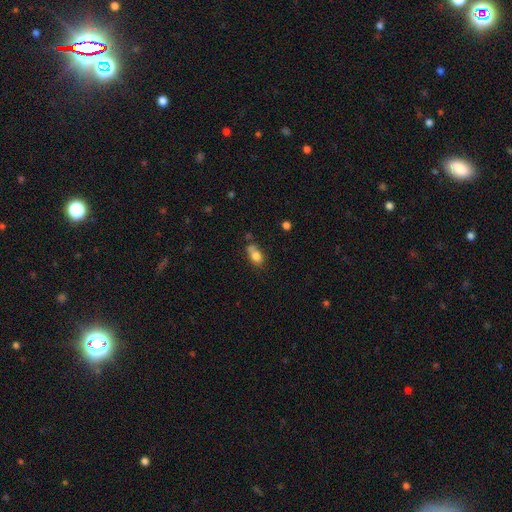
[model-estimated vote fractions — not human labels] smooth 78%, featured or disk 12%, star or artifact 10%. Down the decision tree: how rounded — in between (75%); merging — none (46%).